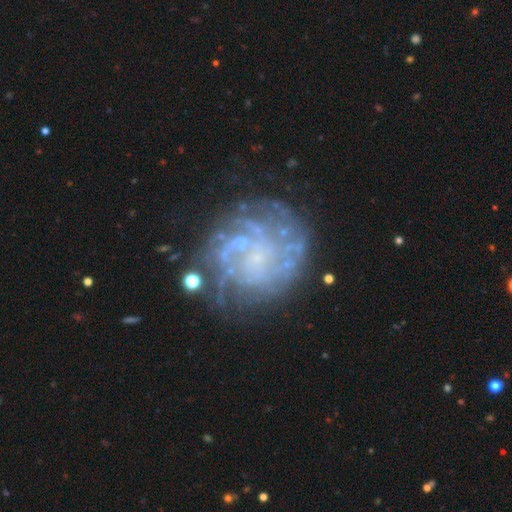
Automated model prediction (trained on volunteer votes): Q: Smooth or featured?
A: featured or disk (81%); runner-up: smooth (10%)
Q: Edge-on disk?
A: no (98%); runner-up: yes (2%)
Q: Bar?
A: no (74%); runner-up: weak (21%)
Q: Spiral arms?
A: yes (86%); runner-up: no (14%)
Q: Spiral winding?
A: tight (57%); runner-up: medium (30%)
Q: Spiral arm count?
A: can't tell (40%); runner-up: 3 (15%)
Q: Bulge size?
A: small (46%); runner-up: none (43%)
Q: Merging?
A: none (67%); runner-up: minor disturbance (17%)